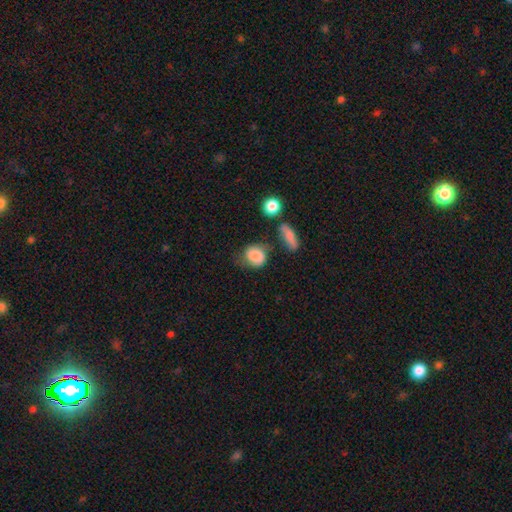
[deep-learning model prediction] Smooth or featured?
  - smooth: 81% *
  - featured or disk: 11%
  - star or artifact: 9%
How rounded?
  - round: 62% *
  - in between: 36%
  - cigar-shaped: 2%
Merging?
  - none: 53% *
  - minor disturbance: 28%
  - major disturbance: 12%
  - merger: 8%